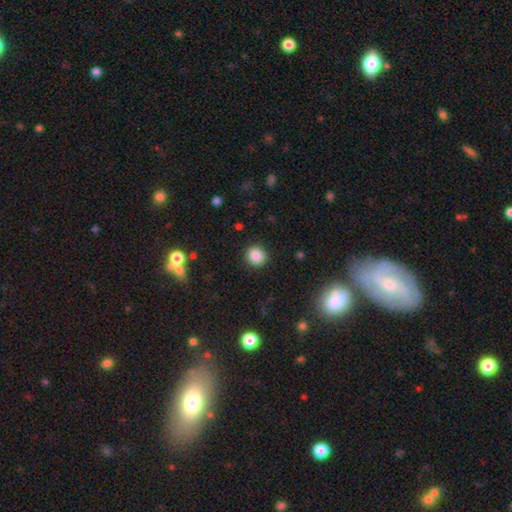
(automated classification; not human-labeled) Q: Smooth or featured?
A: smooth (85%); runner-up: star or artifact (11%)
Q: How rounded?
A: round (89%); runner-up: in between (10%)
Q: Merging?
A: none (90%); runner-up: minor disturbance (7%)